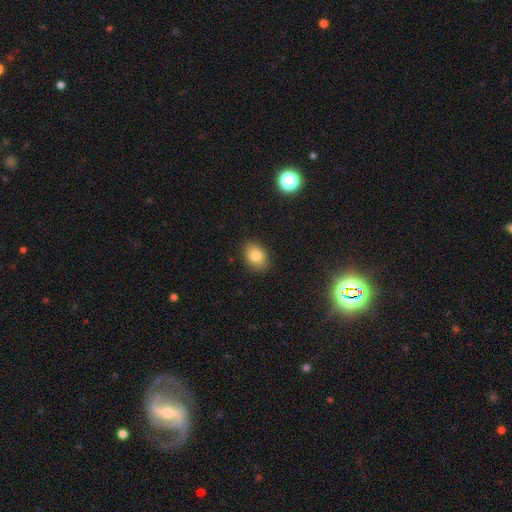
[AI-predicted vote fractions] The model was most divided on "how rounded": in between: 69%, round: 30%, cigar-shaped: 1%. More confident: merging — none (87%); smooth or featured — smooth (82%).